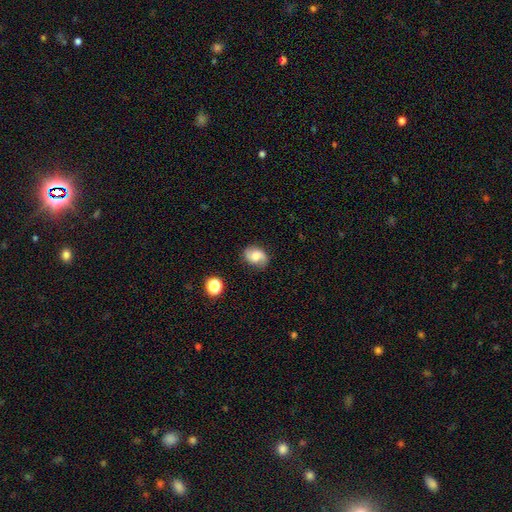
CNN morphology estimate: This is possibly a featured or disk galaxy (46%). Merging: likely none (77%).